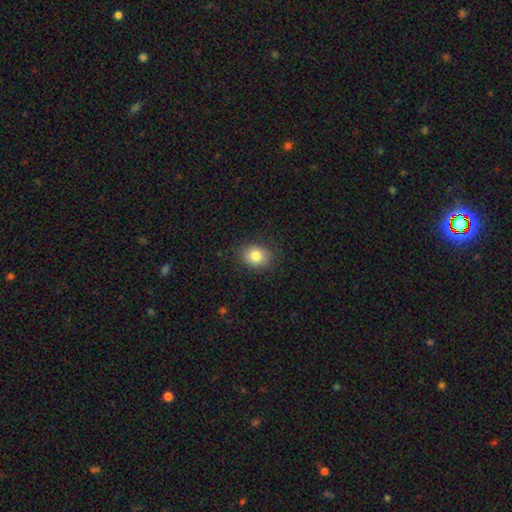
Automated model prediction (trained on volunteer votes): Smooth or featured? smooth (83%)
How rounded? in between (56%)
Merging? none (86%)